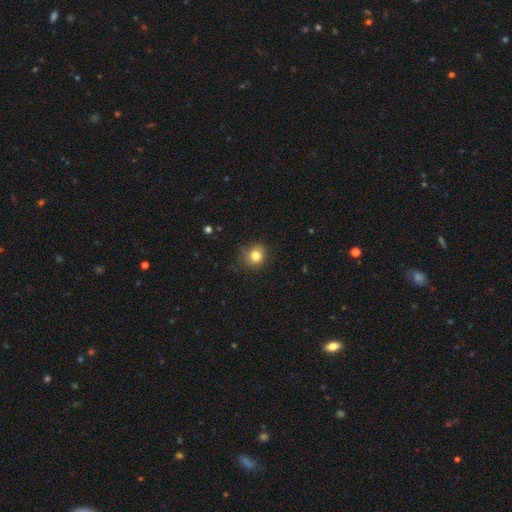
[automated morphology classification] Overall: smooth (81%). How rounded: round (82%). Merging: none (82%).